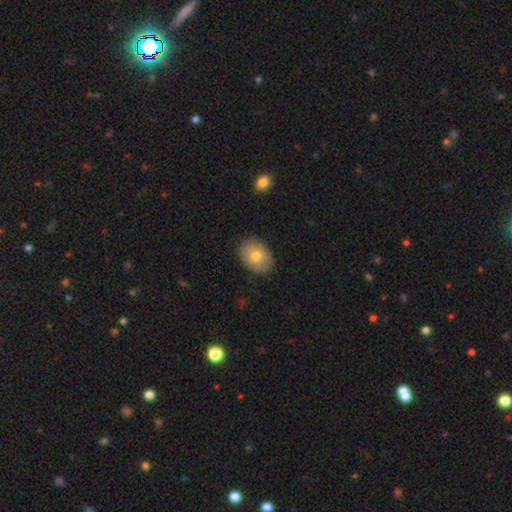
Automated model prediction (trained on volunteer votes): Morphology: type=smooth (72%); roundness=in between (70%); merging=none (84%).